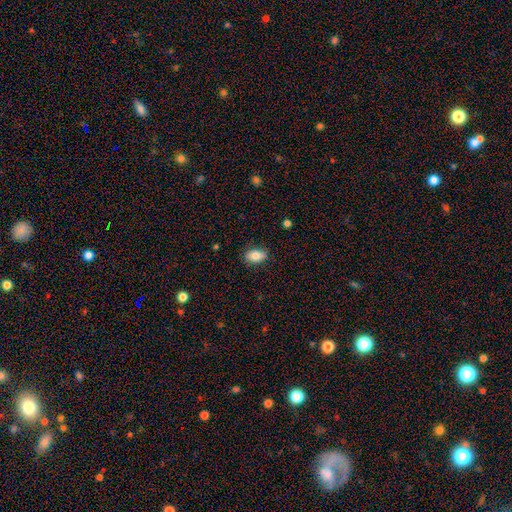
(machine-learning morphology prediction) A smooth galaxy with no disk features (81%) that is in between round and cigar-shaped (90%). Merging: none (84%).